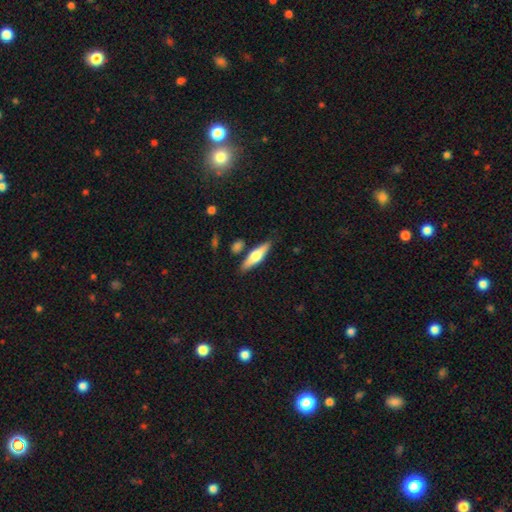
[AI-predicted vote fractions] smooth 49%, featured or disk 45%, star or artifact 6%. Down the decision tree: merging — none (82%).